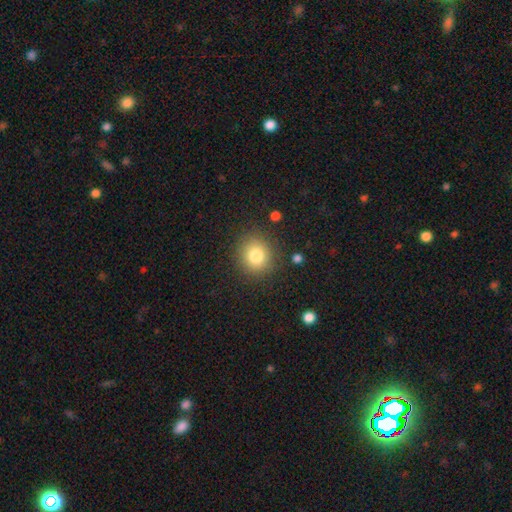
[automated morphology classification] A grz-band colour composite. It shows a smooth galaxy with no disk features (80%) that is round (87%). Merging: none (87%).